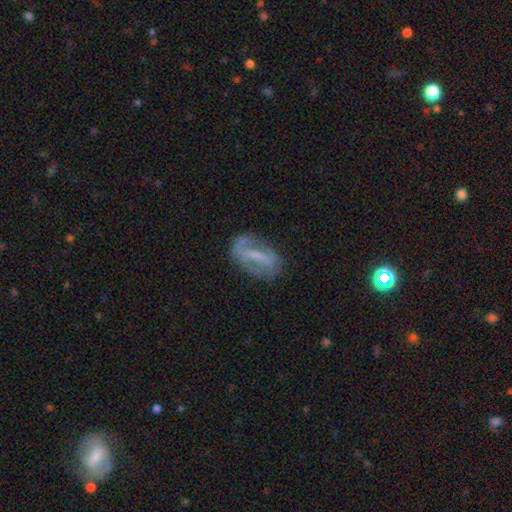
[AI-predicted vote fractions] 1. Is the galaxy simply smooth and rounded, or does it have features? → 64% featured or disk, 27% smooth, 9% star or artifact.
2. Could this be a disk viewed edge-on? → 89% no, 11% yes.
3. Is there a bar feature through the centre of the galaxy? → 55% strong, 30% weak, 16% no.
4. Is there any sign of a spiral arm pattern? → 55% yes, 45% no.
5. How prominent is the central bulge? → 38% none, 35% small, 21% moderate, 4% large, 1% dominant.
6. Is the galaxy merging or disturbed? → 64% none, 21% minor disturbance, 13% major disturbance, 2% merger.